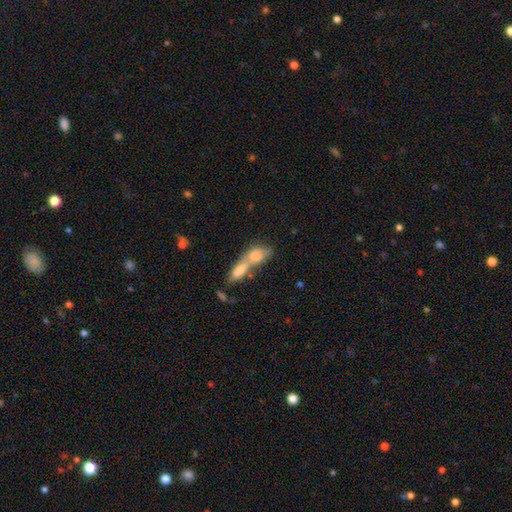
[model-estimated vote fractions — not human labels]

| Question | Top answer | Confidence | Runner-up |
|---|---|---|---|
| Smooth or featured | smooth | 75% | featured or disk (18%) |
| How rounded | in between | 75% | cigar-shaped (16%) |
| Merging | merger | 73% | none (15%) |